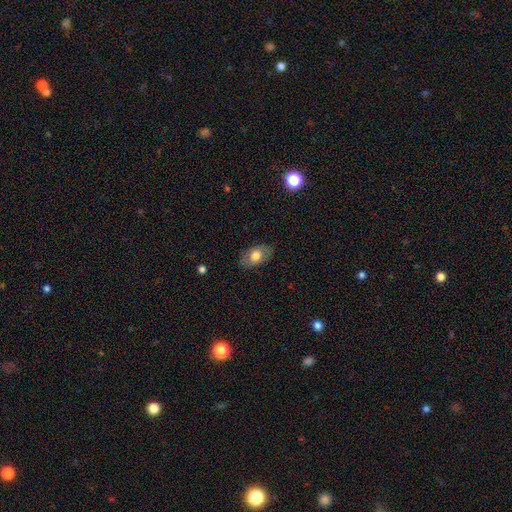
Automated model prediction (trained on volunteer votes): Morphology: type=smooth (68%); roundness=in between (88%); merging=none (81%).